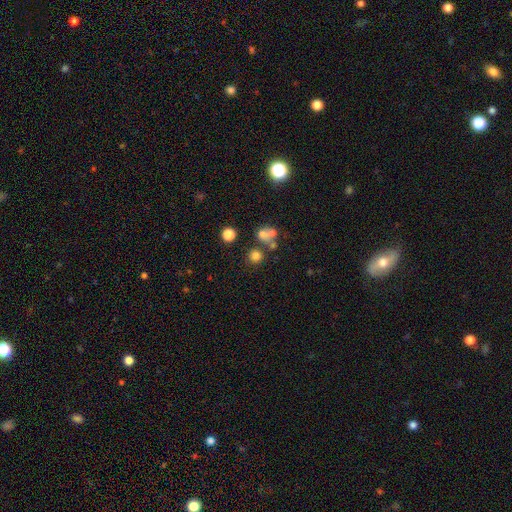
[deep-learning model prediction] A smooth galaxy with no disk features (70%) that is round (89%).

Vote fractions:
- Smooth or featured? smooth: 70% / star or artifact: 18% / featured or disk: 12%
- How rounded? round: 89% / in between: 10% / cigar-shaped: 1%
- Merging? none: 64% / merger: 24% / minor disturbance: 8% / major disturbance: 4%